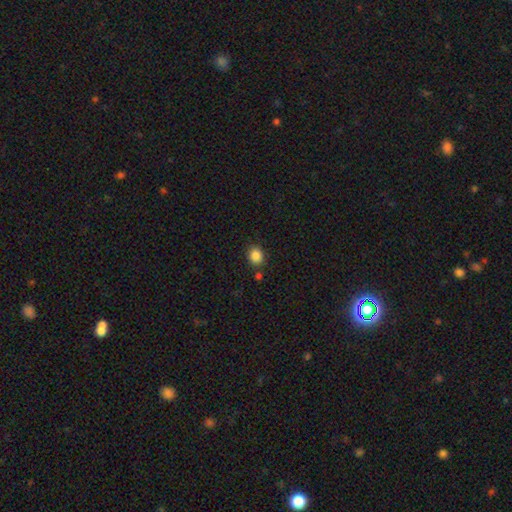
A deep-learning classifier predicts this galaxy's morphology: The model was most divided on "how rounded": round: 62%, in between: 37%, cigar-shaped: 1%. More confident: smooth or featured — smooth (86%); merging — none (79%).